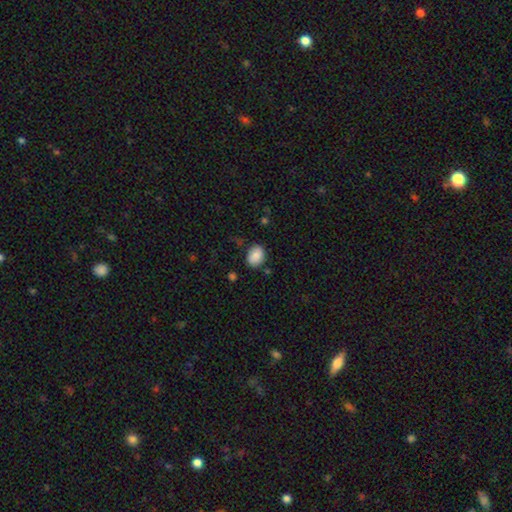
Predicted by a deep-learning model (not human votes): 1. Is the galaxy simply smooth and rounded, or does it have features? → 86% smooth, 8% star or artifact, 7% featured or disk.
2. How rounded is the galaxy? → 67% in between, 32% round, 1% cigar-shaped.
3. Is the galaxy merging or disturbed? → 80% none, 14% minor disturbance, 3% major disturbance, 3% merger.